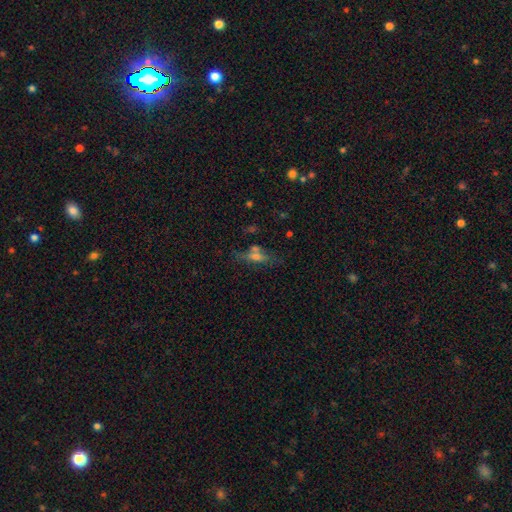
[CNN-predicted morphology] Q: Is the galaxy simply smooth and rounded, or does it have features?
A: smooth — 47%.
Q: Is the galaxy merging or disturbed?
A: none — 56%.